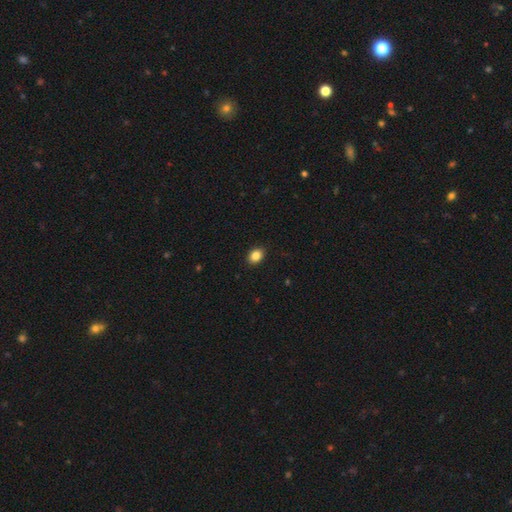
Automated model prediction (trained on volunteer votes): smooth-or-featured: smooth: 86% | star or artifact: 9% | featured or disk: 4%
  how-rounded: in between: 62% | round: 37% | cigar-shaped: 1%
  merging: none: 90% | minor disturbance: 7% | major disturbance: 2% | merger: 1%